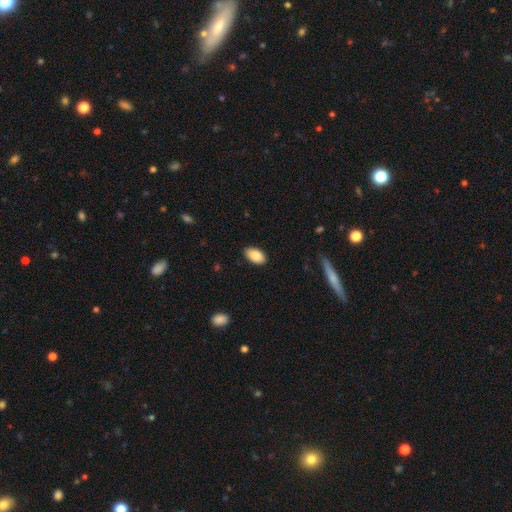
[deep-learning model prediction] smooth-or-featured: smooth: 88% | star or artifact: 7% | featured or disk: 5%
  how-rounded: in between: 94% | round: 4% | cigar-shaped: 2%
  merging: none: 87% | minor disturbance: 9% | major disturbance: 2% | merger: 1%